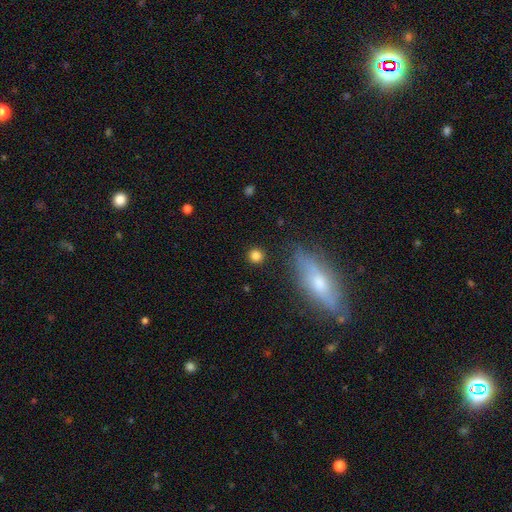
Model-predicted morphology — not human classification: type=smooth (82%); roundness=round (91%); merging=none (88%).